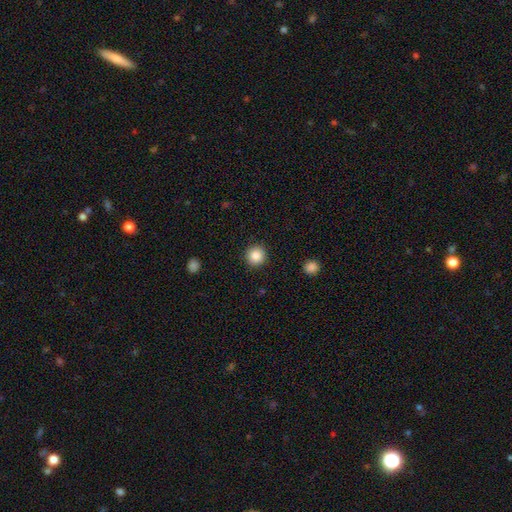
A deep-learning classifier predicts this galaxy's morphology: The model was most divided on "smooth or featured": smooth: 86%, star or artifact: 9%, featured or disk: 4%. More confident: how rounded — round (95%); merging — none (91%).